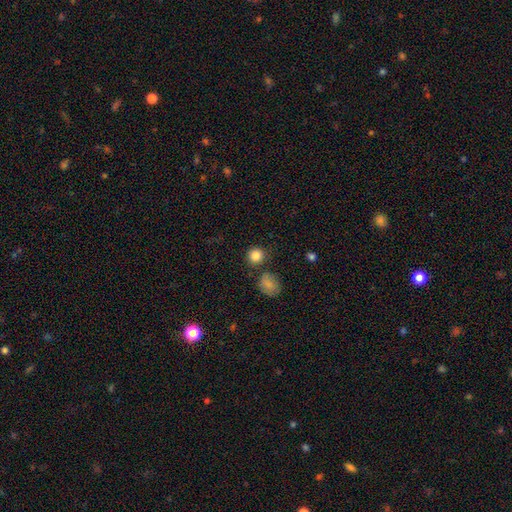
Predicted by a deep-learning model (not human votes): Smooth or featured?
  - smooth: 85% *
  - star or artifact: 10%
  - featured or disk: 5%
How rounded?
  - round: 91% *
  - in between: 8%
  - cigar-shaped: 1%
Merging?
  - none: 81% *
  - minor disturbance: 8%
  - merger: 8%
  - major disturbance: 3%